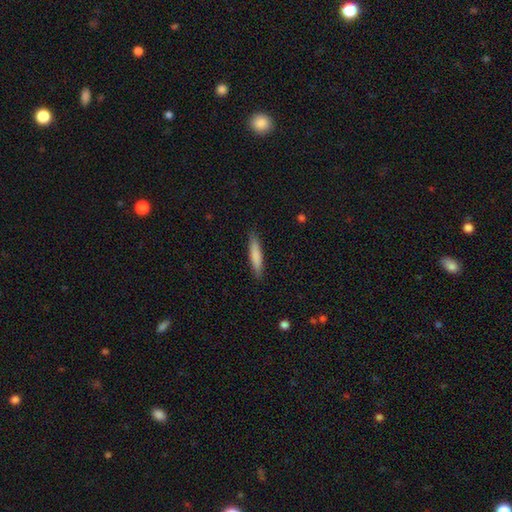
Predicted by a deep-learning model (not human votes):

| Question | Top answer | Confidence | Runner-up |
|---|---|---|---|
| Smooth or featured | smooth | 80% | featured or disk (14%) |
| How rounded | cigar-shaped | 87% | in between (12%) |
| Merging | none | 88% | minor disturbance (9%) |